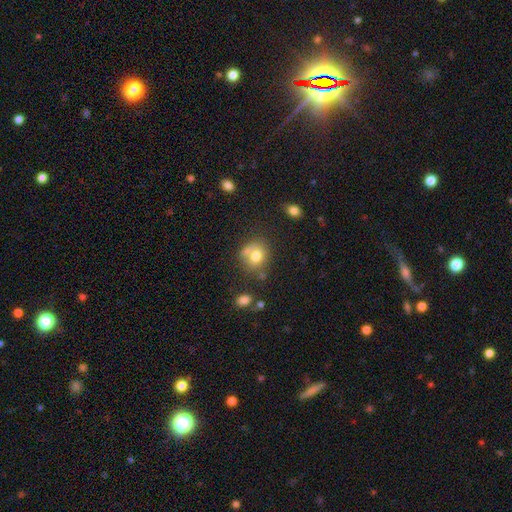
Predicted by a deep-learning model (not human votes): Q: Smooth or featured?
A: smooth (74%); runner-up: featured or disk (16%)
Q: How rounded?
A: round (73%); runner-up: in between (26%)
Q: Merging?
A: none (49%); runner-up: merger (25%)